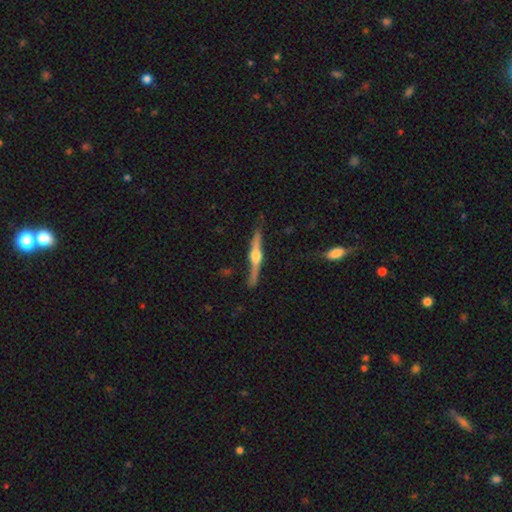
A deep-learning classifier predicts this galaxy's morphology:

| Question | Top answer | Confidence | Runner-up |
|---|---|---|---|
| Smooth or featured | featured or disk | 81% | smooth (14%) |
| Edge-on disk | yes | 98% | no (2%) |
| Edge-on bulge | rounded | 94% | boxy (4%) |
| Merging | none | 83% | minor disturbance (13%) |